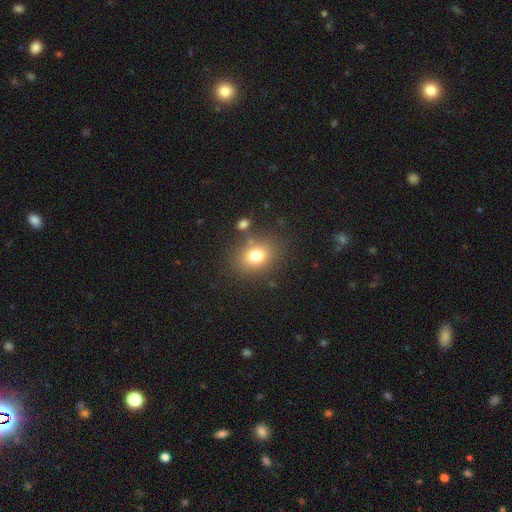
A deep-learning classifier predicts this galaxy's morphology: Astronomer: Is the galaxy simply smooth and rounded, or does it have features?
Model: smooth — 77%.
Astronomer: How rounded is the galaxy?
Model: in between — 54% (runner-up: round, 45%).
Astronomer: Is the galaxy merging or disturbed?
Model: none — 78%.